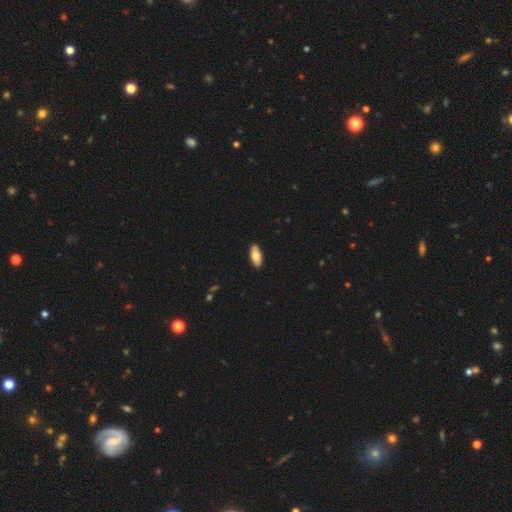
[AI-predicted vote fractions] This is likely a smooth galaxy (75%). How rounded: clearly in between (85%). Merging: clearly none (89%).